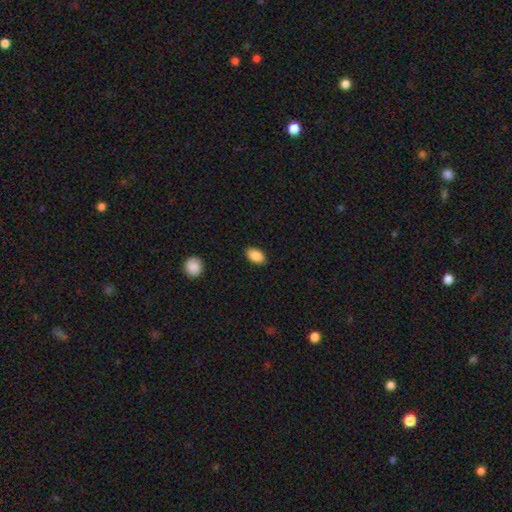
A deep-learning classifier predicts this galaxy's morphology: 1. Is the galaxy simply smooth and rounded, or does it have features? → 89% smooth, 7% star or artifact, 4% featured or disk.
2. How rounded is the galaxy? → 92% in between, 7% round, 2% cigar-shaped.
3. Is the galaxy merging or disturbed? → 89% none, 8% minor disturbance, 2% major disturbance, 1% merger.